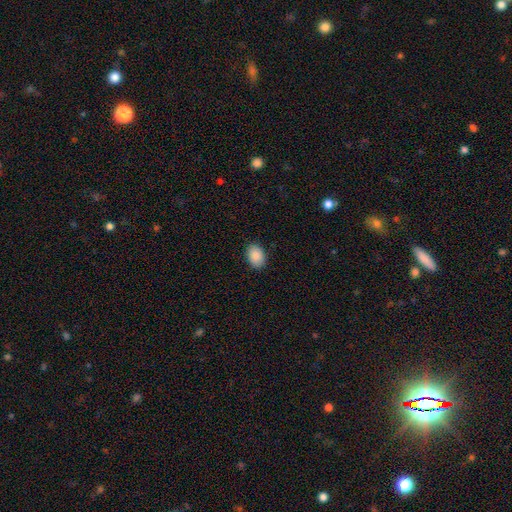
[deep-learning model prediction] A smooth galaxy with no disk features (89%) that is in between round and cigar-shaped (82%).

Vote fractions:
- Smooth or featured? smooth: 89% / star or artifact: 7% / featured or disk: 4%
- How rounded? in between: 82% / round: 17% / cigar-shaped: 1%
- Merging? none: 89% / minor disturbance: 8% / major disturbance: 2% / merger: 1%